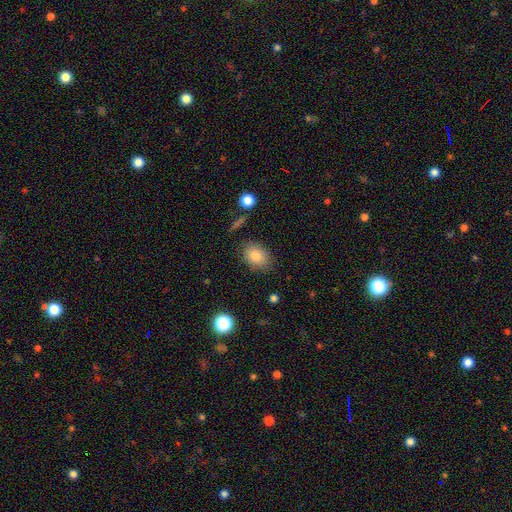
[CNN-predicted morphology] Q: Smooth or featured?
A: smooth (83%); runner-up: star or artifact (9%)
Q: How rounded?
A: in between (67%); runner-up: round (32%)
Q: Merging?
A: none (81%); runner-up: minor disturbance (13%)